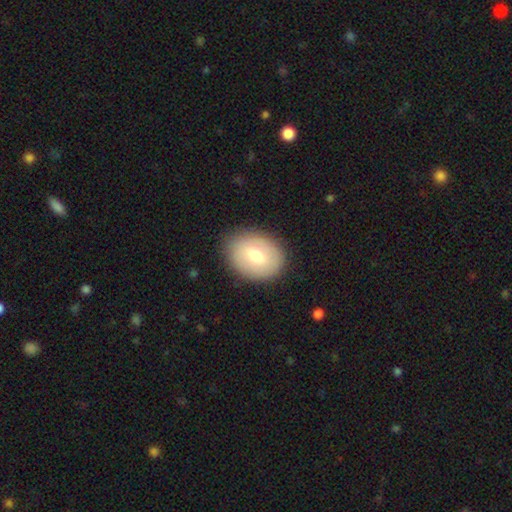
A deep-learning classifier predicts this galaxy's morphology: smooth 64%, featured or disk 29%, star or artifact 7%. Down the decision tree: how rounded — in between (62%); merging — none (85%).